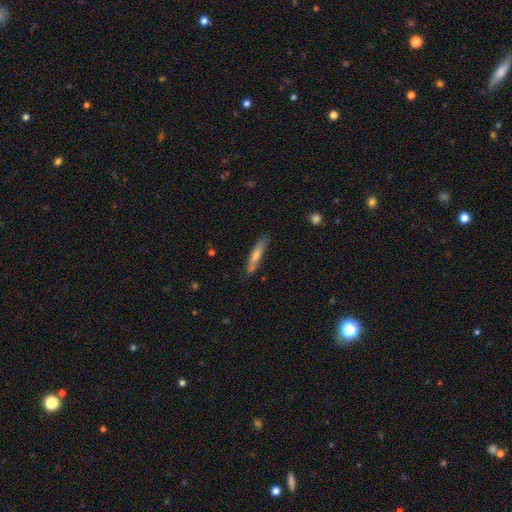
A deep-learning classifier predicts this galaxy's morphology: Smooth or featured: smooth — 56% (featured or disk — 36%)
How rounded: cigar-shaped — 89% (in between — 9%)
Merging: none — 76% (minor disturbance — 17%)